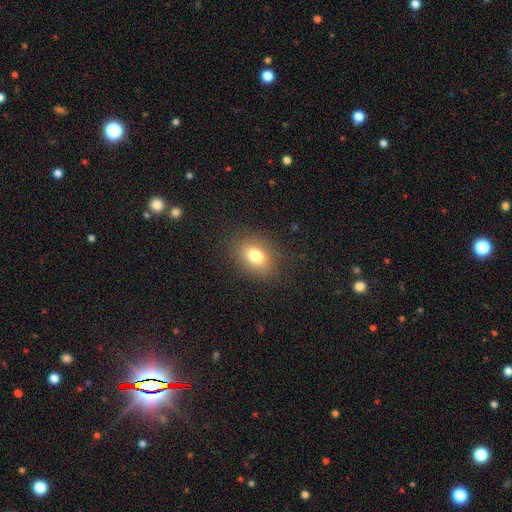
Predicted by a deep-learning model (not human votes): A smooth galaxy with no disk features (78%) that is in between round and cigar-shaped (70%). Merging: none (86%).